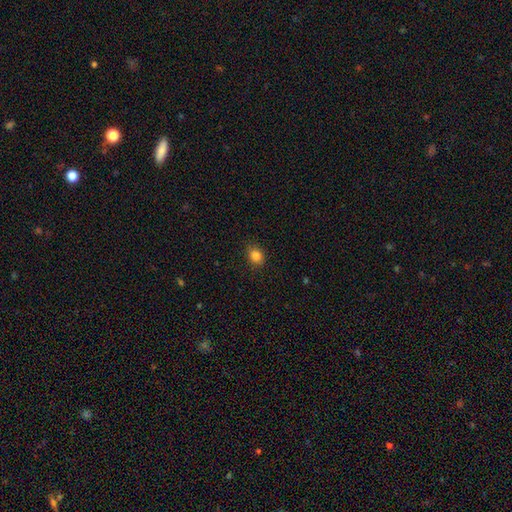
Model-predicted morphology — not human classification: This is clearly a smooth galaxy (85%). How rounded: possibly round (54%). Merging: clearly none (86%).